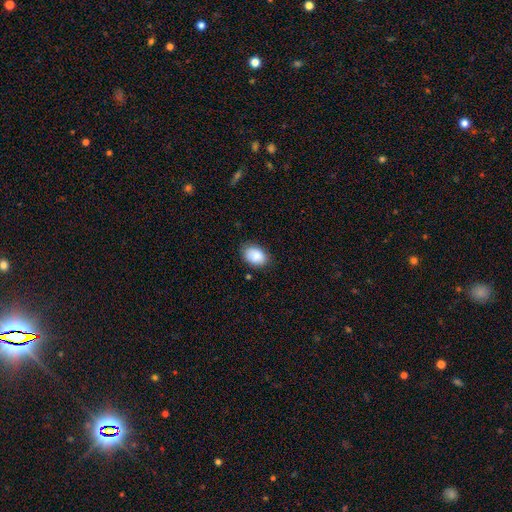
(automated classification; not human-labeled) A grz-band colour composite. It shows a smooth galaxy with no disk features (88%) that is in between round and cigar-shaped (82%). Merging: none (79%).